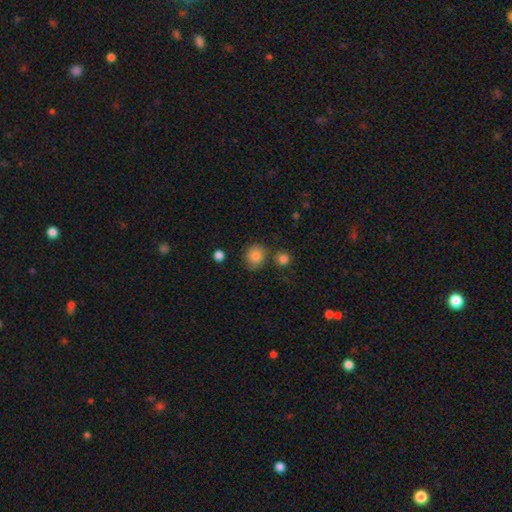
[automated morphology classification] Smooth or featured: smooth — 83% (star or artifact — 10%)
How rounded: round — 78% (in between — 21%)
Merging: none — 68% (minor disturbance — 17%)